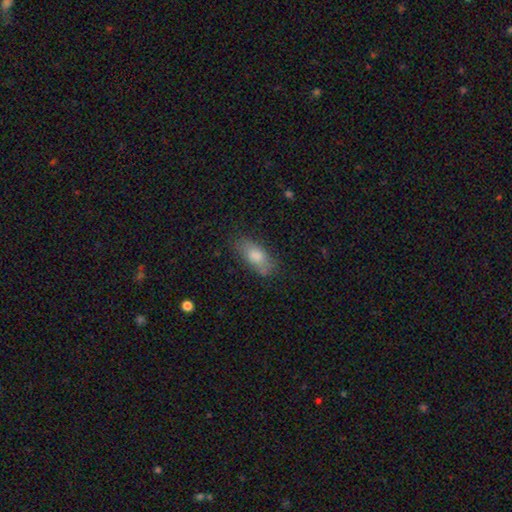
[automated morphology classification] type=smooth (76%); roundness=in between (81%); merging=none (73%).